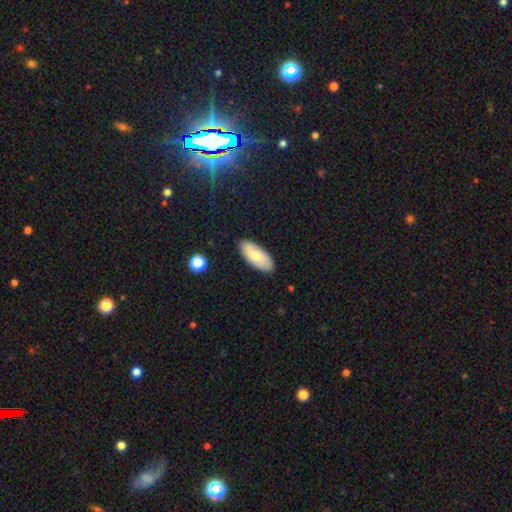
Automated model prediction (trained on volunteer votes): Smooth or featured? Predicted: smooth (p=0.65). How rounded? Predicted: in between (p=0.87). Merging? Predicted: none (p=0.86).